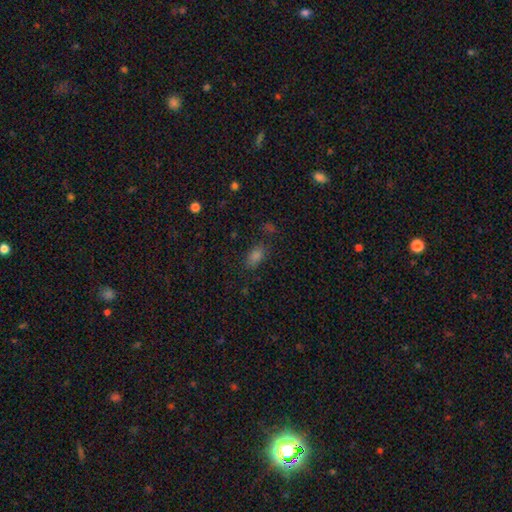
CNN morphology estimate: Smooth or featured? smooth (72%)
How rounded? in between (85%)
Merging? none (80%)